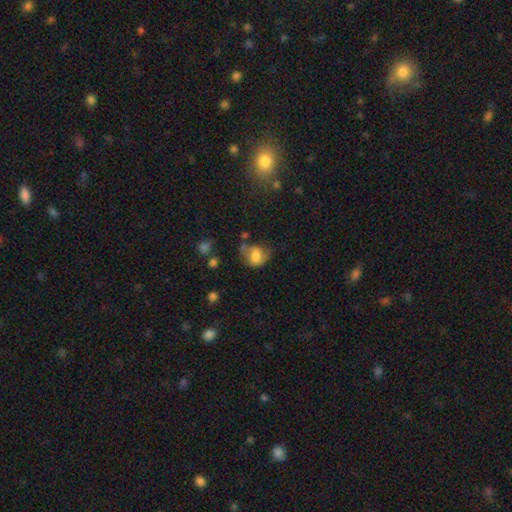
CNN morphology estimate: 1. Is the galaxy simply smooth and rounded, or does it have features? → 66% smooth, 24% featured or disk, 10% star or artifact.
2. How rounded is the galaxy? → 61% round, 38% in between, 1% cigar-shaped.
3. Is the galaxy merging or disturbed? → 42% none, 30% minor disturbance, 20% major disturbance, 8% merger.